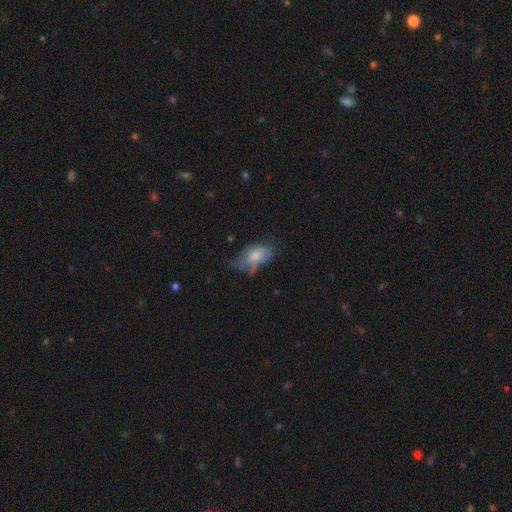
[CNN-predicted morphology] Smooth or featured?
  - smooth: 71% *
  - featured or disk: 20%
  - star or artifact: 9%
How rounded?
  - in between: 91% *
  - round: 5%
  - cigar-shaped: 4%
Merging?
  - minor disturbance: 35% *
  - none: 32%
  - major disturbance: 27%
  - merger: 6%